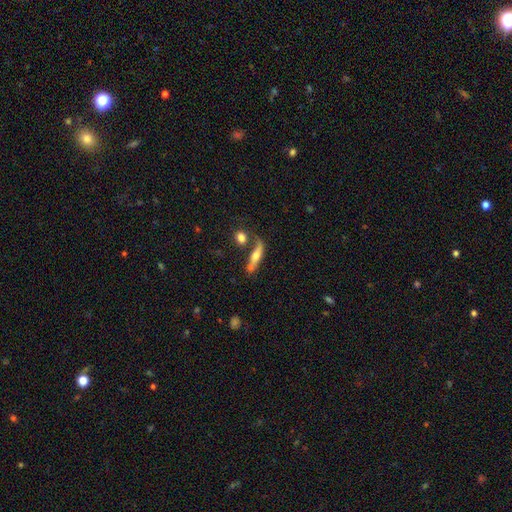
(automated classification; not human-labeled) Morphology: type=featured or disk (50%); edge-on=yes (80%); merging=none (59%).